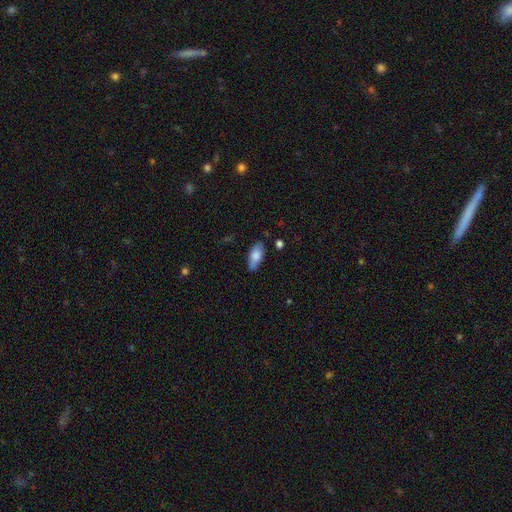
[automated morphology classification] A smooth galaxy with no disk features (79%) that is in between round and cigar-shaped (86%).

Vote fractions:
- Smooth or featured? smooth: 79% / featured or disk: 15% / star or artifact: 6%
- How rounded? in between: 86% / cigar-shaped: 12% / round: 2%
- Merging? none: 82% / minor disturbance: 14% / major disturbance: 3% / merger: 2%